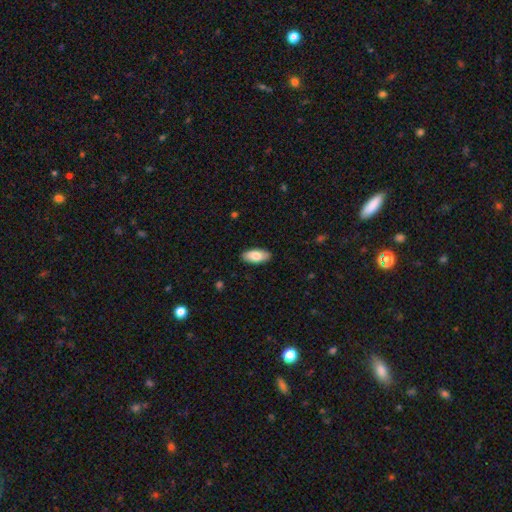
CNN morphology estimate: Smooth or featured: smooth — 80% (featured or disk — 14%)
How rounded: in between — 90% (cigar-shaped — 8%)
Merging: none — 88% (minor disturbance — 9%)